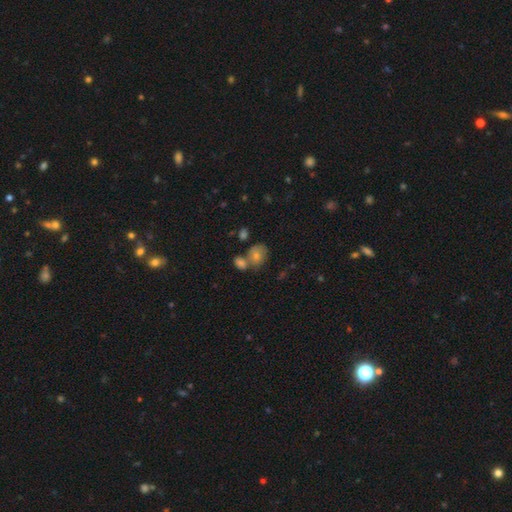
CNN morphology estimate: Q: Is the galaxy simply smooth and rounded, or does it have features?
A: smooth — 71%.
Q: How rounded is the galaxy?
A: round — 50%.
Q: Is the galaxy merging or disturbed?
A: none — 43%.